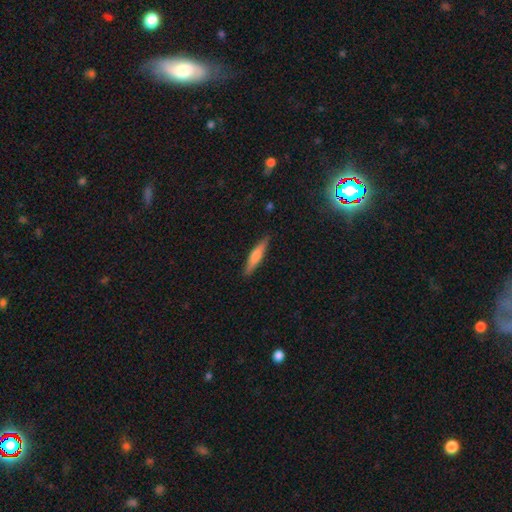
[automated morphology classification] Smooth or featured: smooth — 59% (featured or disk — 35%)
How rounded: cigar-shaped — 88% (in between — 11%)
Merging: none — 89% (minor disturbance — 8%)